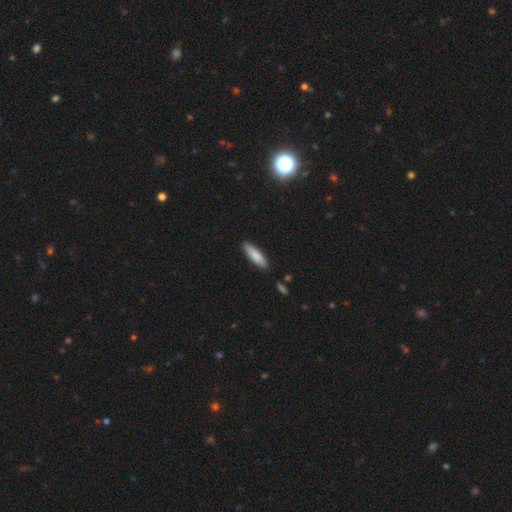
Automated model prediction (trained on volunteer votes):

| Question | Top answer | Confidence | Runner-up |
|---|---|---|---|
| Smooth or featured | smooth | 84% | featured or disk (11%) |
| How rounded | cigar-shaped | 63% | in between (35%) |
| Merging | none | 86% | minor disturbance (11%) |